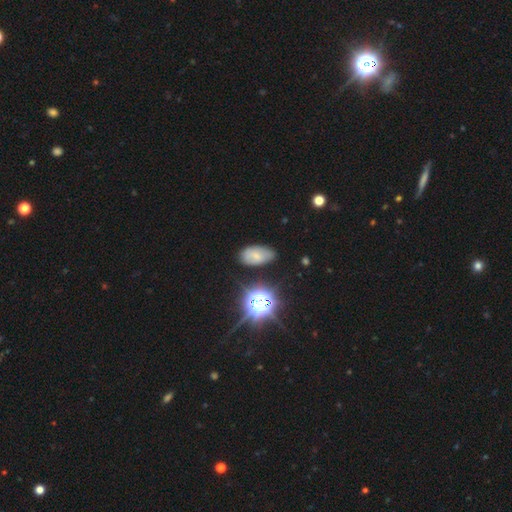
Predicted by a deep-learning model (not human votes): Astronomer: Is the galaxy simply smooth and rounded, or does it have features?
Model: smooth — 64%.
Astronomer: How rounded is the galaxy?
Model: in between — 92%.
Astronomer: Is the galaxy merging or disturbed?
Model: none — 72%.